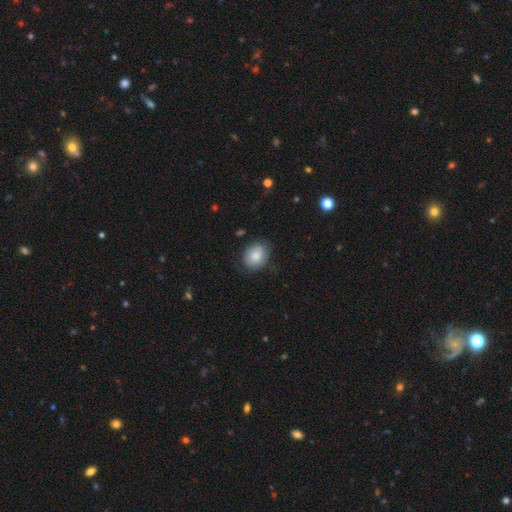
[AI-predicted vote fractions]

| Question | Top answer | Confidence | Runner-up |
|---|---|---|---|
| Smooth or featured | smooth | 81% | featured or disk (11%) |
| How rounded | round | 51% | in between (48%) |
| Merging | none | 78% | minor disturbance (17%) |